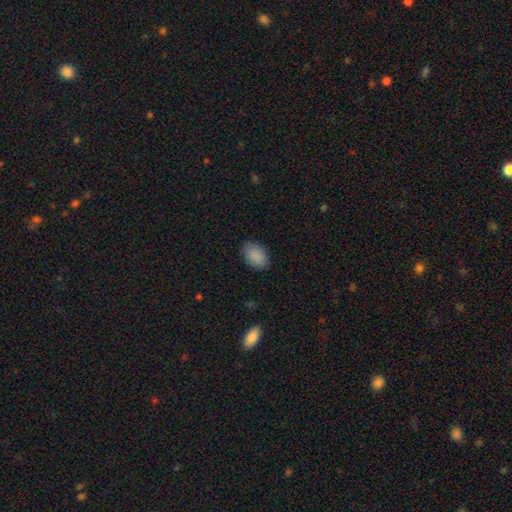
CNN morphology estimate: A smooth galaxy with no disk features (89%) that is in between round and cigar-shaped (88%). Merging: none (86%).